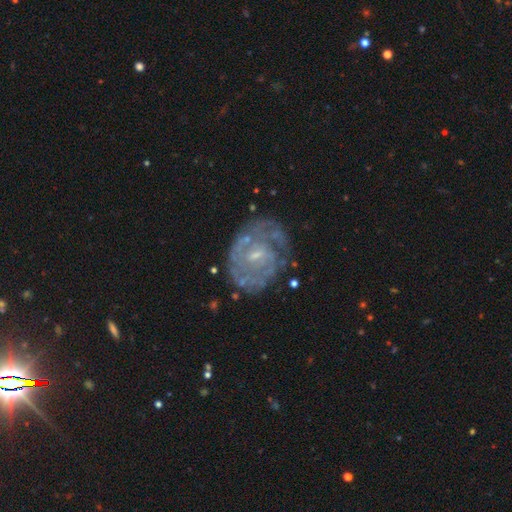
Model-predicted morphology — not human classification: A featured or disk galaxy (80%) with a weak bar (47%), tight (60%) spiral arms (80%) and a small central bulge (69%). Merging: none (63%).